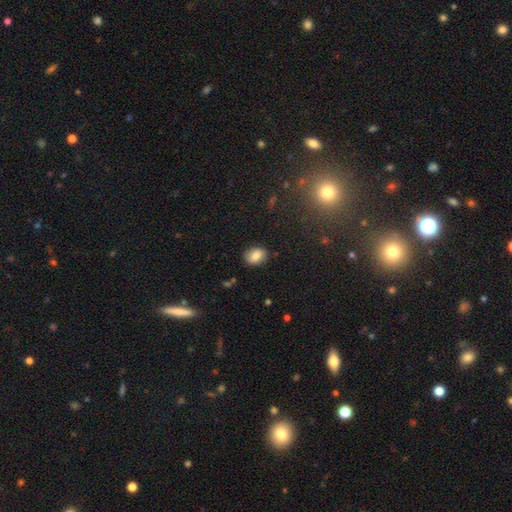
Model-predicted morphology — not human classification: Smooth or featured?
  - smooth: 80% *
  - featured or disk: 11%
  - star or artifact: 9%
How rounded?
  - in between: 69% *
  - round: 30%
  - cigar-shaped: 1%
Merging?
  - none: 87% *
  - minor disturbance: 10%
  - major disturbance: 2%
  - merger: 1%